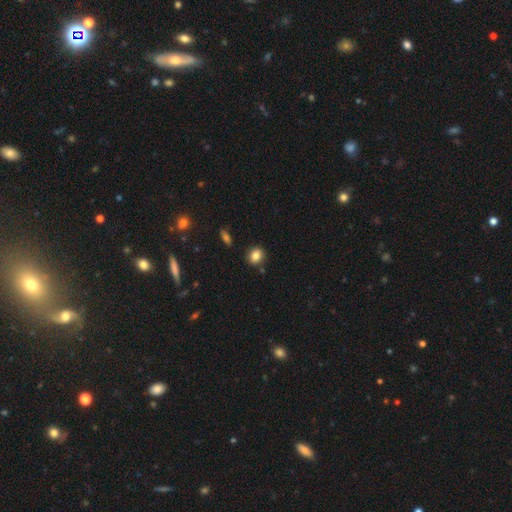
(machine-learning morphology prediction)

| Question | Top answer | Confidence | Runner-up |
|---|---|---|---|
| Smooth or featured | smooth | 83% | star or artifact (10%) |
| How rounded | round | 67% | in between (31%) |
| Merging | none | 85% | minor disturbance (9%) |